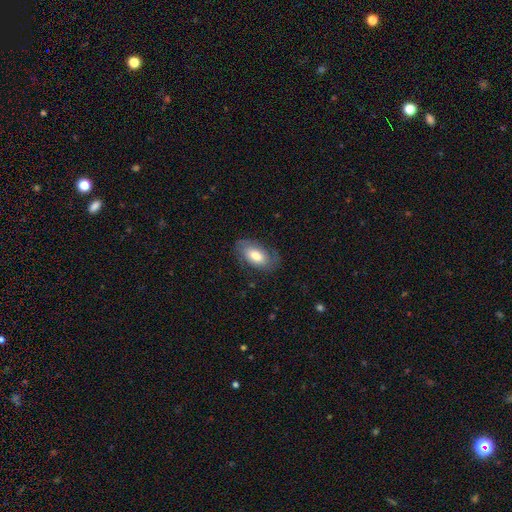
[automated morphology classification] The model was most divided on "smooth or featured": smooth: 65%, featured or disk: 29%, star or artifact: 6%. More confident: how rounded — in between (92%); merging — none (75%).